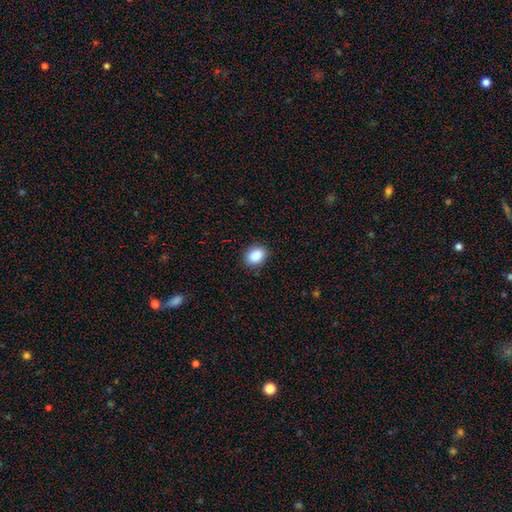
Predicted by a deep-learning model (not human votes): Overall: smooth (89%). How rounded: in between (72%). Merging: none (87%).